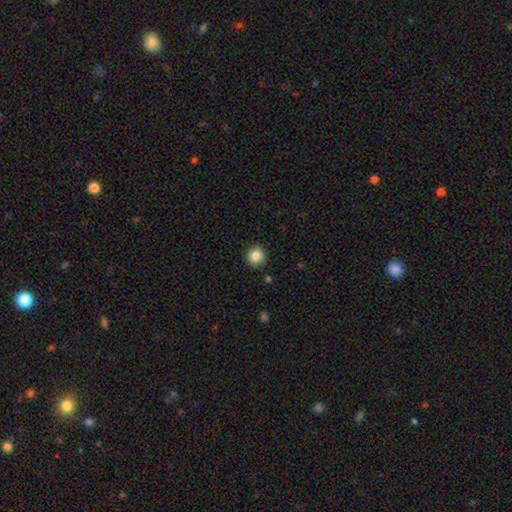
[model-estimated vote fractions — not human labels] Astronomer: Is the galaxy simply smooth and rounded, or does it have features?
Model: smooth — 85%.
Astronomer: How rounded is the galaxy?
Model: round — 93%.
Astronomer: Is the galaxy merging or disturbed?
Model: none — 91%.